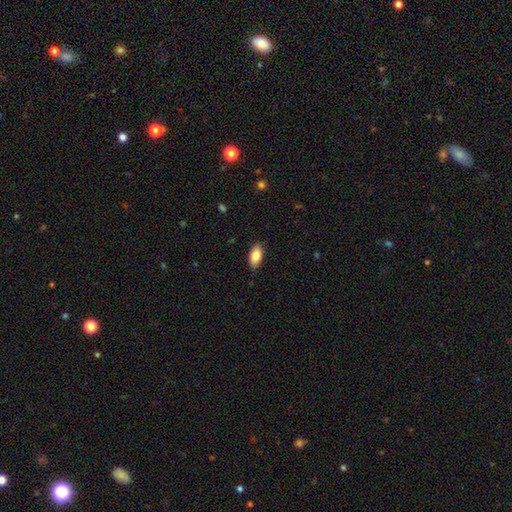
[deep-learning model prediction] Q: Smooth or featured?
A: smooth (84%); runner-up: featured or disk (9%)
Q: How rounded?
A: in between (90%); runner-up: cigar-shaped (6%)
Q: Merging?
A: none (87%); runner-up: minor disturbance (10%)